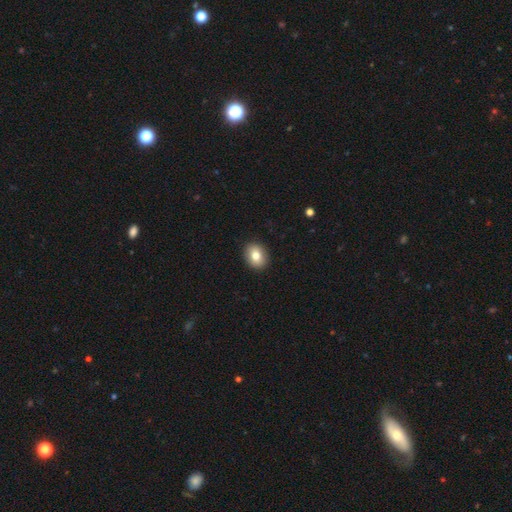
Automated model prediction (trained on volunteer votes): Smooth or featured: smooth — 79% (featured or disk — 12%)
How rounded: in between — 54% (round — 45%)
Merging: none — 91% (minor disturbance — 6%)